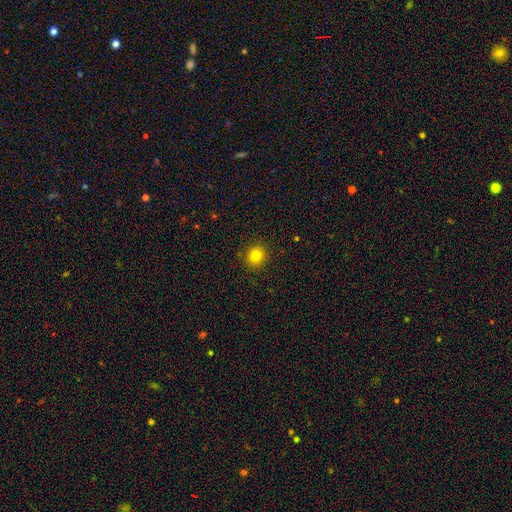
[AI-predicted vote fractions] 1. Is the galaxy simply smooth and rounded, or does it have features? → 81% smooth, 13% star or artifact, 6% featured or disk.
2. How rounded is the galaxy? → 87% round, 12% in between, 1% cigar-shaped.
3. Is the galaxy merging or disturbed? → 91% none, 6% minor disturbance, 2% major disturbance, 1% merger.